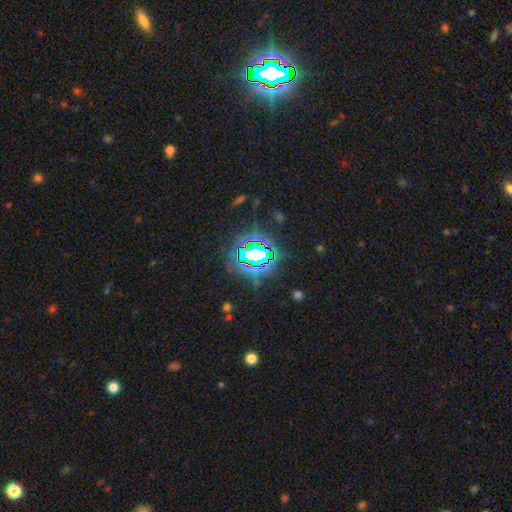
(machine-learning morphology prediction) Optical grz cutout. It shows a star or artifact, not a galaxy (75%).